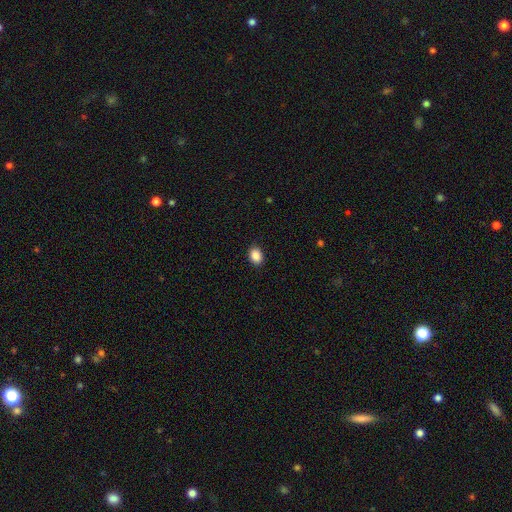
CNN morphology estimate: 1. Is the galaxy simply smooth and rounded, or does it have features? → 89% smooth, 8% star or artifact, 3% featured or disk.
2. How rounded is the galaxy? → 65% in between, 34% round, 1% cigar-shaped.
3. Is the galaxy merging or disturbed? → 90% none, 7% minor disturbance, 2% major disturbance, 1% merger.